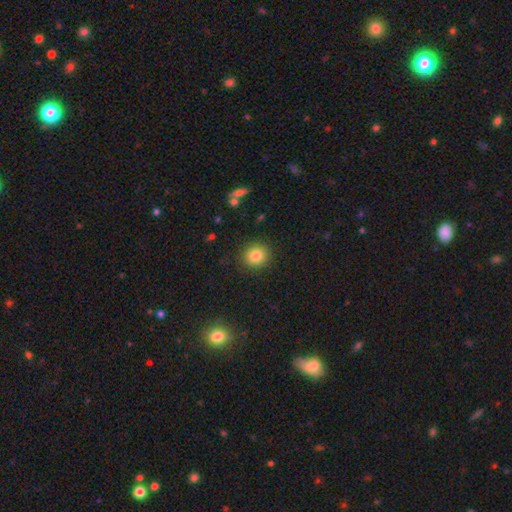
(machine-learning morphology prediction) A smooth galaxy with no disk features (83%) that is round (88%). Merging: none (89%).